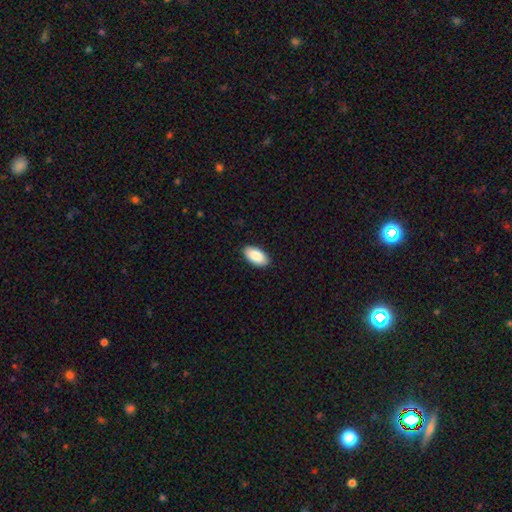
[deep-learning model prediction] The model was most divided on "merging": none: 90%, minor disturbance: 8%, major disturbance: 2%, merger: 1%. More confident: how rounded — in between (95%); smooth or featured — smooth (88%).